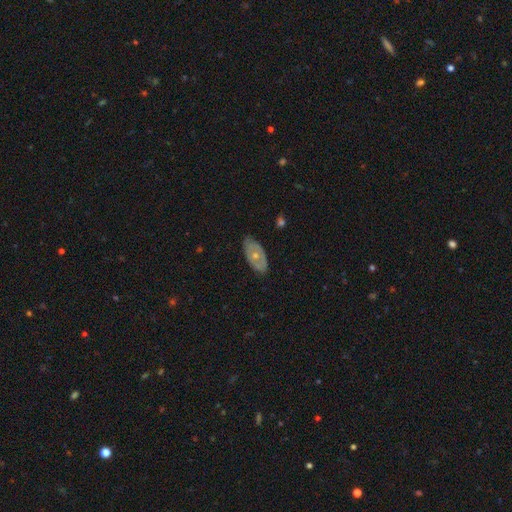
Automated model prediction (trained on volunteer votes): featured or disk 54%, smooth 40%, star or artifact 6%. Down the decision tree: edge-on disk — no (86%); merging — none (79%).